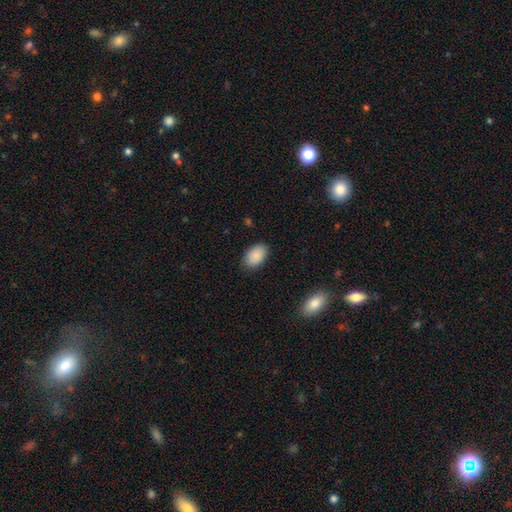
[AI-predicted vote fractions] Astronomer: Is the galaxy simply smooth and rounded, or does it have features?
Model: smooth — 90%.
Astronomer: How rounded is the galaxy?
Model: in between — 92%.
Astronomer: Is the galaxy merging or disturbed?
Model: none — 85%.